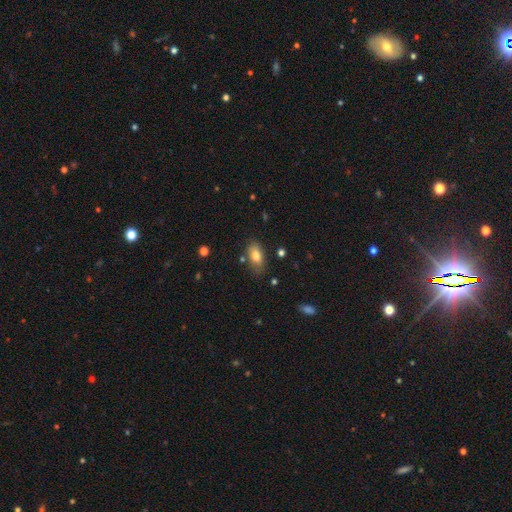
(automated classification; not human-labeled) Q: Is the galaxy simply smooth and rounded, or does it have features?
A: smooth — 79%.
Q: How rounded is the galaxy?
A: in between — 89%.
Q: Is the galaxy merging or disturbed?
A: none — 77%.